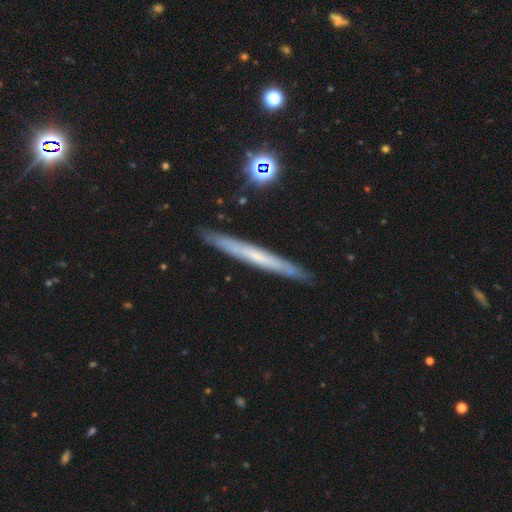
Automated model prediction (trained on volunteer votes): featured or disk 56%, smooth 35%, star or artifact 8%. Down the decision tree: edge-on disk — yes (91%); edge-on bulge — none (79%); merging — none (89%).